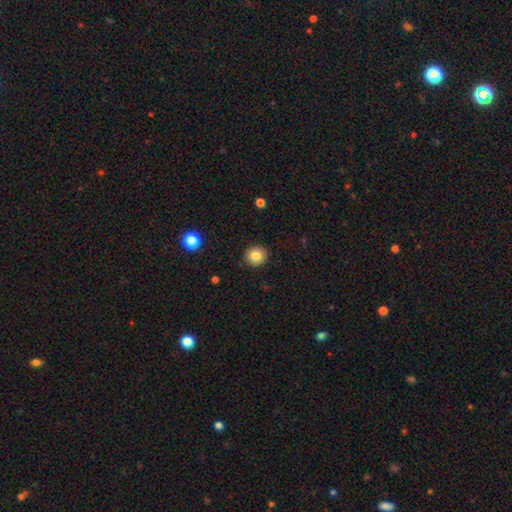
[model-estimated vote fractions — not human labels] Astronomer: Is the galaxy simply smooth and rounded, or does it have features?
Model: smooth — 82%.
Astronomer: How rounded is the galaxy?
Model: round — 91%.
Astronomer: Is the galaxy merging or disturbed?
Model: none — 92%.